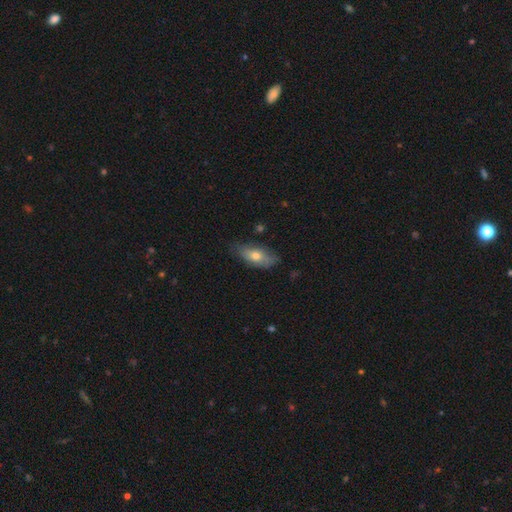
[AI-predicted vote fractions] The model was most divided on "smooth or featured": smooth: 64%, featured or disk: 30%, star or artifact: 7%. More confident: how rounded — in between (81%); merging — none (71%).